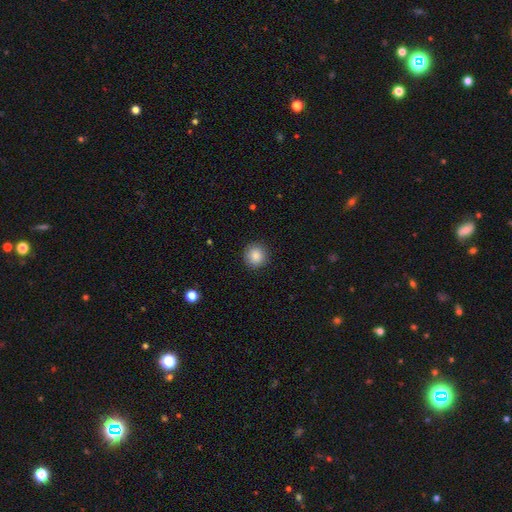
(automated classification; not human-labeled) smooth 87%, star or artifact 9%, featured or disk 4%. Down the decision tree: how rounded — round (92%); merging — none (91%).